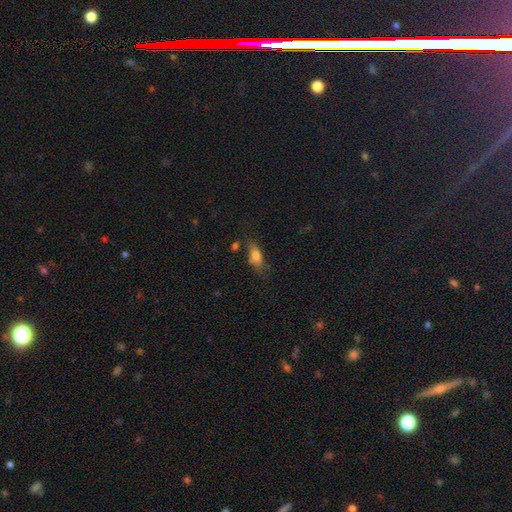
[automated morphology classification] Smooth or featured? Predicted: smooth (p=0.75). How rounded? Predicted: in between (p=0.74). Merging? Predicted: none (p=0.60).